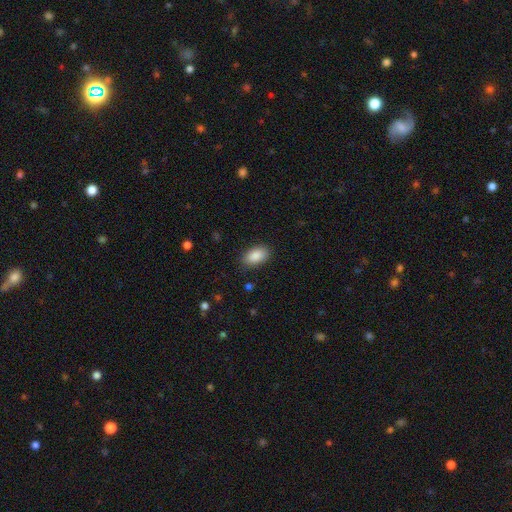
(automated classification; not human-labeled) The model was most divided on "merging": none: 86%, minor disturbance: 11%, major disturbance: 3%, merger: 1%. More confident: how rounded — in between (92%); smooth or featured — smooth (88%).